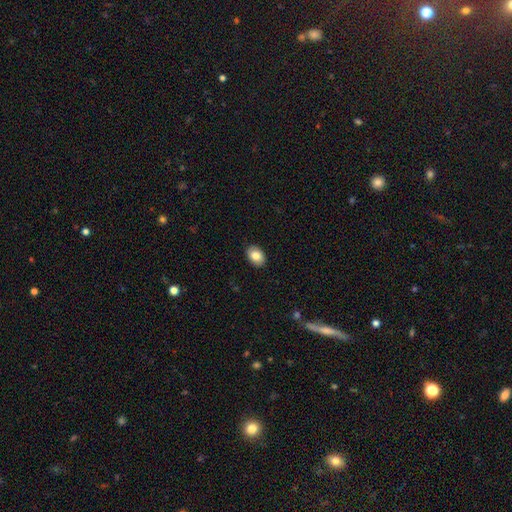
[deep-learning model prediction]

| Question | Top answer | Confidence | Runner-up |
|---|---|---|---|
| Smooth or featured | smooth | 83% | featured or disk (9%) |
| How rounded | in between | 80% | round (19%) |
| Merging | none | 90% | minor disturbance (8%) |